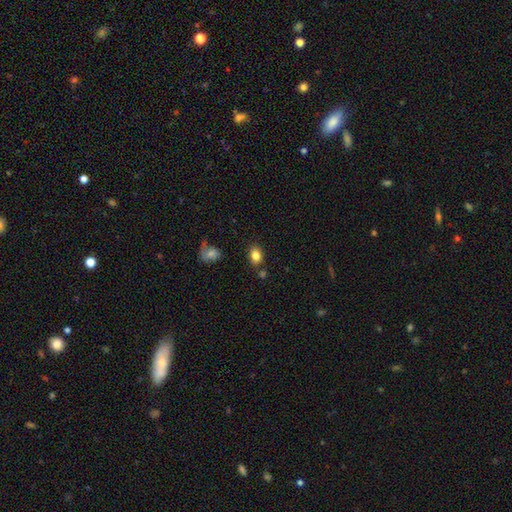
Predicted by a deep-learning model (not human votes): Morphology: type=smooth (83%); roundness=in between (67%); merging=none (78%).